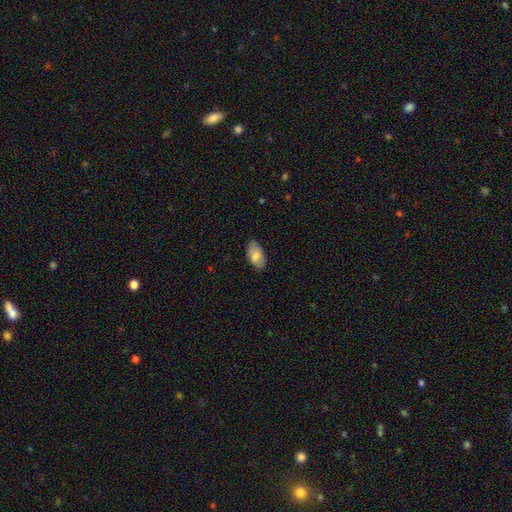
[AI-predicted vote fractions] Overall: smooth (81%). How rounded: in between (94%). Merging: none (76%).